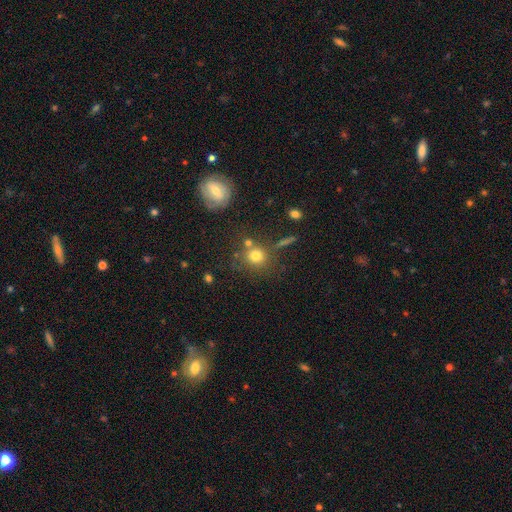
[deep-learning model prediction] Smooth or featured? Predicted: smooth (p=0.76). How rounded? Predicted: round (p=0.85). Merging? Predicted: none (p=0.69).